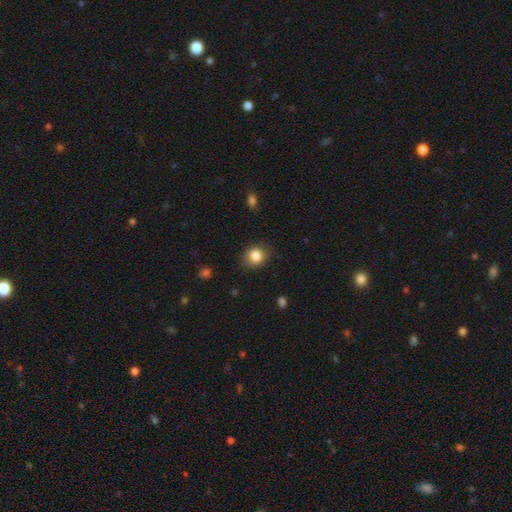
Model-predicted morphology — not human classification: Overall: smooth (84%). How rounded: round (59%; in between 40%). Merging: none (73%).